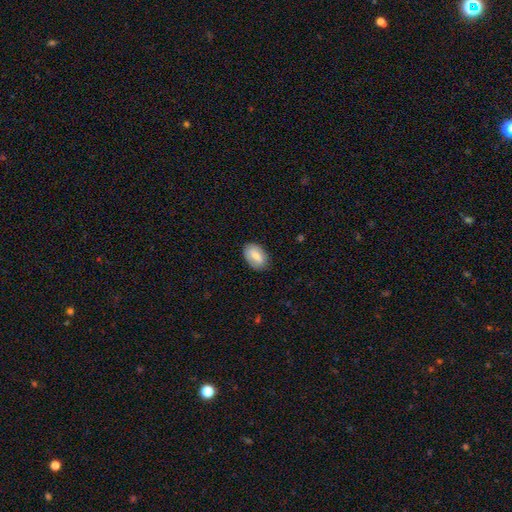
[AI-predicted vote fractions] Smooth or featured: smooth — 70% (featured or disk — 23%)
How rounded: in between — 88% (round — 11%)
Merging: none — 83% (minor disturbance — 13%)